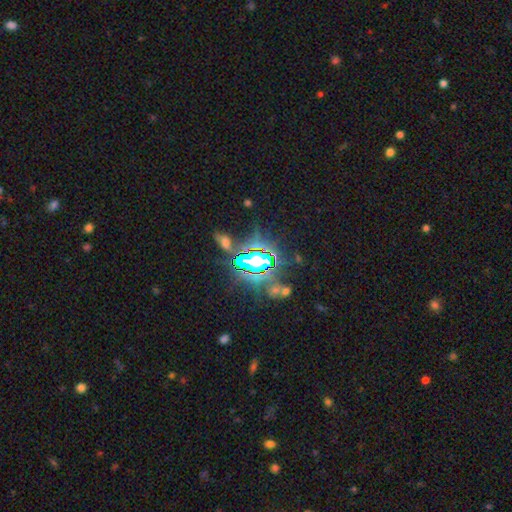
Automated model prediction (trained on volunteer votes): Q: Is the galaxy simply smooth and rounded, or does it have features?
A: star or artifact — 82%.